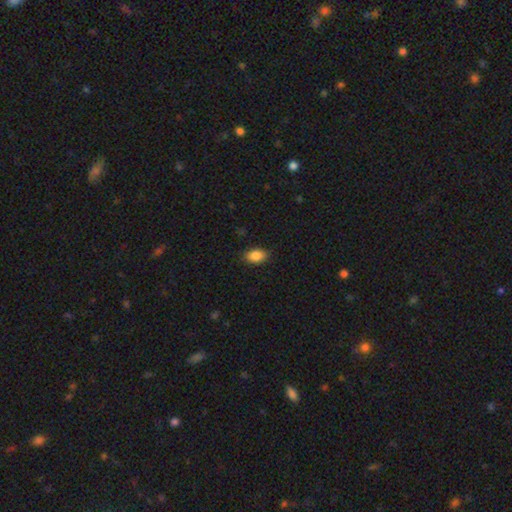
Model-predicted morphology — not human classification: A smooth galaxy with no disk features (88%) that is in between round and cigar-shaped (89%). Merging: none (86%).